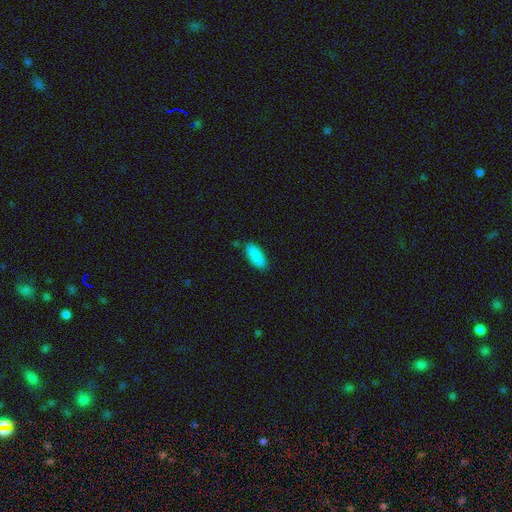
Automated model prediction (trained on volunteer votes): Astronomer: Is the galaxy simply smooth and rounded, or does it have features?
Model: smooth — 89%.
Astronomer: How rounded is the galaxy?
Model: in between — 82%.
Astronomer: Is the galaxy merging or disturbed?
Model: none — 84%.